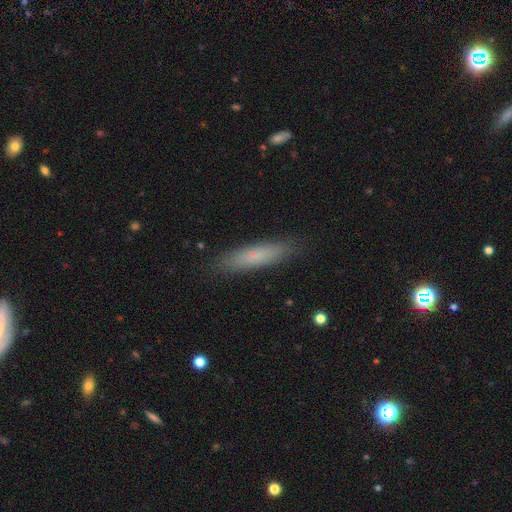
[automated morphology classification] smooth_or_featured: smooth (p=0.70) [alt: featured or disk p=0.23]
how_rounded: cigar-shaped (p=0.81) [alt: in between p=0.18]
merging: none (p=0.87) [alt: minor disturbance p=0.09]